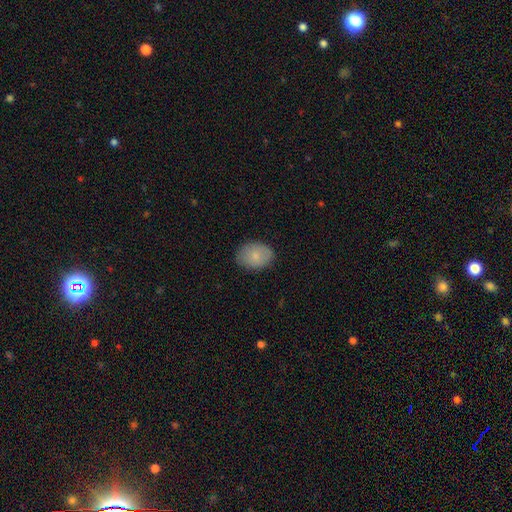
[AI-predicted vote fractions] Smooth or featured? smooth (82%)
How rounded? in between (73%)
Merging? none (83%)